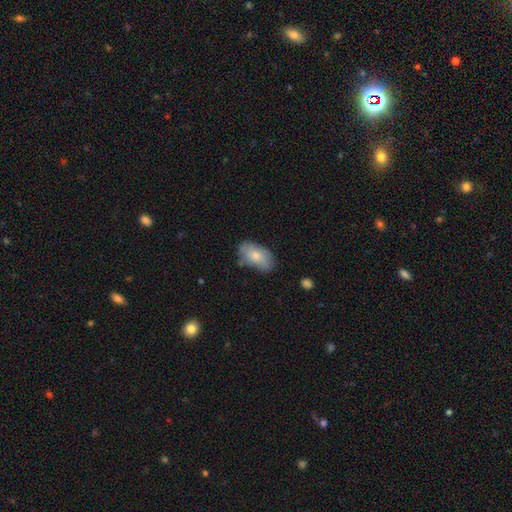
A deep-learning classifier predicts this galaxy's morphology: Smooth or featured? smooth (76%)
How rounded? in between (94%)
Merging? none (67%)